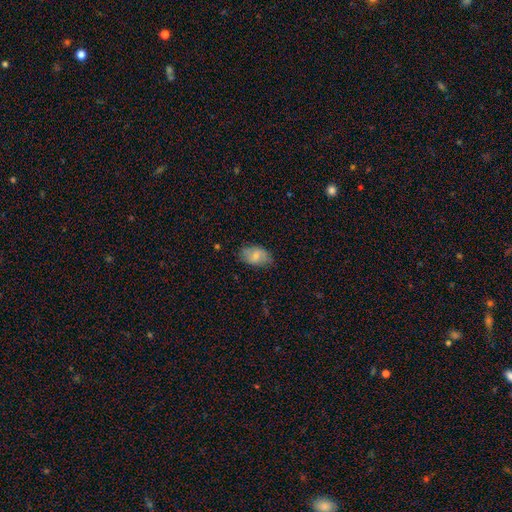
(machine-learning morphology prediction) This appears to be a smooth galaxy with no disk features (69%) that is in between round and cigar-shaped (90%). Merging: none (70%).